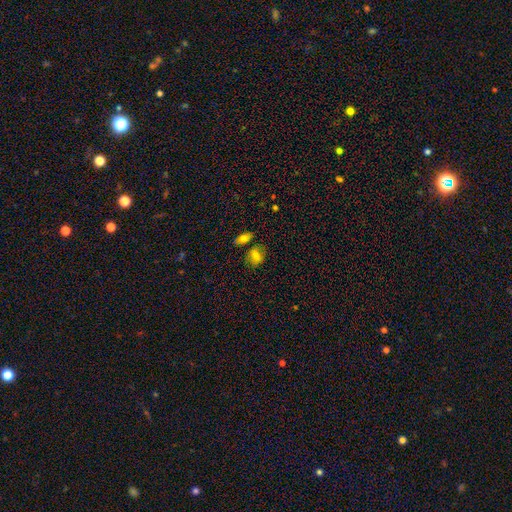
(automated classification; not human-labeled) Smooth or featured: smooth — 74% (star or artifact — 14%)
How rounded: in between — 64% (round — 34%)
Merging: none — 64% (minor disturbance — 19%)